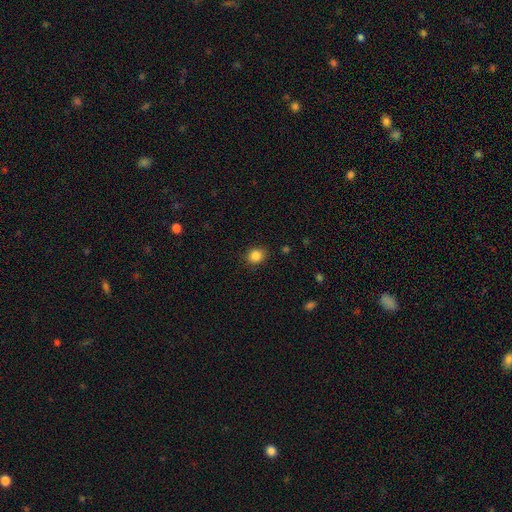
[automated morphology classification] This is clearly a smooth galaxy (85%). How rounded: likely round (72%). Merging: clearly none (87%).